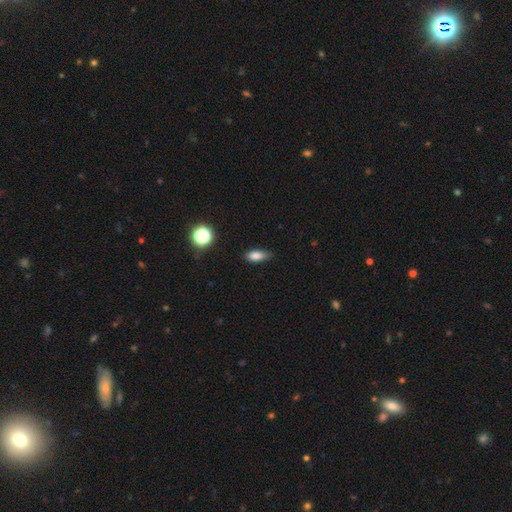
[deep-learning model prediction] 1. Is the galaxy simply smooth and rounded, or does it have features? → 81% smooth, 10% star or artifact, 9% featured or disk.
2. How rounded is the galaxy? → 77% in between, 17% cigar-shaped, 6% round.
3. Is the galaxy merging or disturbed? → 72% none, 23% minor disturbance, 4% major disturbance, 2% merger.